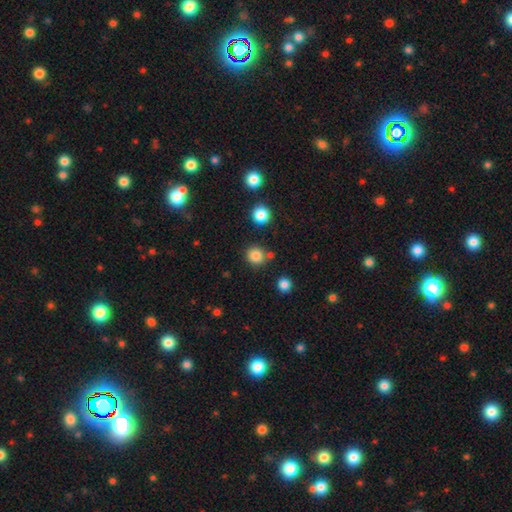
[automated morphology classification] type=smooth (83%); roundness=round (89%); merging=none (81%).